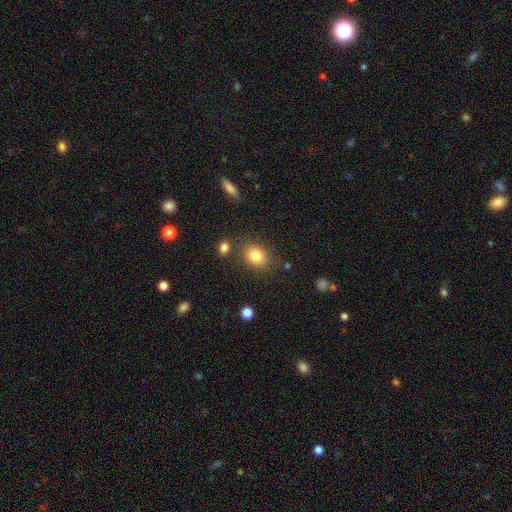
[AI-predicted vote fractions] Smooth or featured? Predicted: smooth (p=0.83). How rounded? Predicted: in between (p=0.54). Merging? Predicted: none (p=0.79).